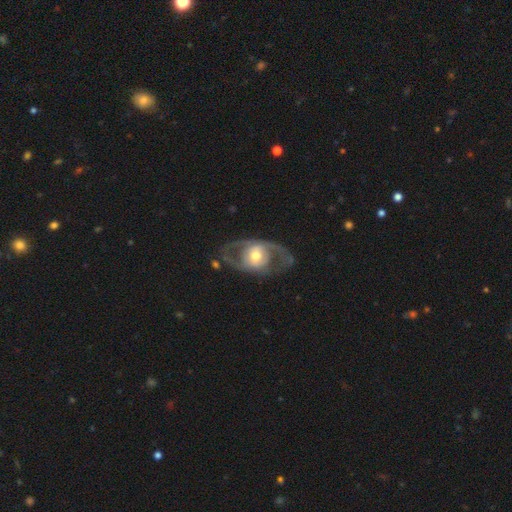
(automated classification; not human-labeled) A featured or disk galaxy (72%) with no bar (62%), spiral arms (54%) and a moderate central bulge (65%). Merging: none (62%).